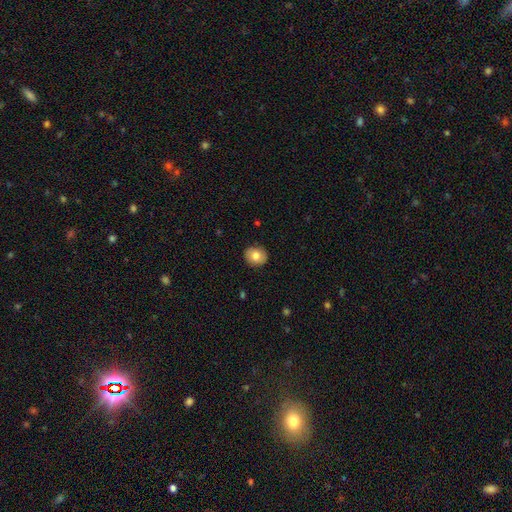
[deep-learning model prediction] The model was most divided on "how rounded": round: 67%, in between: 32%, cigar-shaped: 1%. More confident: merging — none (88%); smooth or featured — smooth (79%).